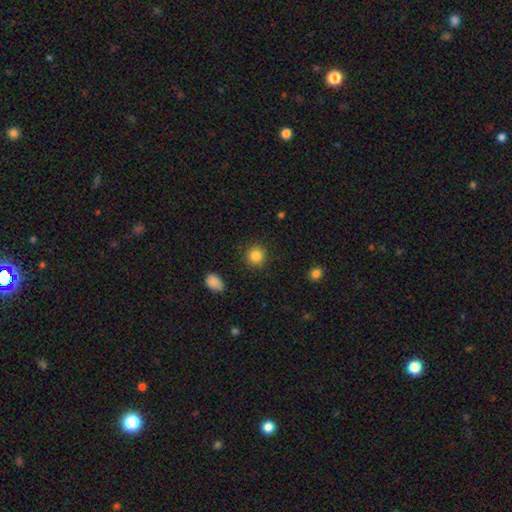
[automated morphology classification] Overall: smooth (86%). How rounded: round (92%). Merging: none (91%).